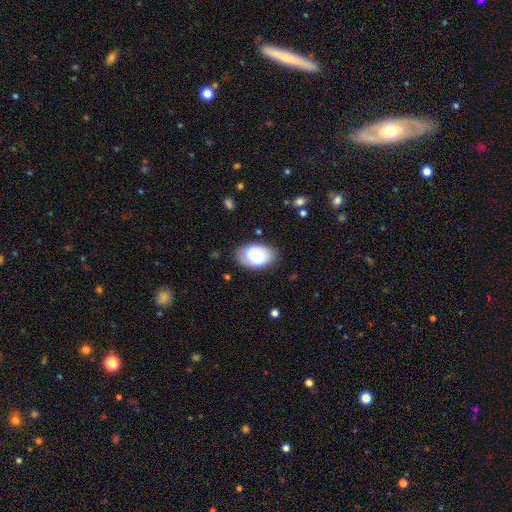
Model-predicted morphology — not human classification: Q: Smooth or featured?
A: smooth (64%); runner-up: featured or disk (28%)
Q: How rounded?
A: in between (87%); runner-up: round (12%)
Q: Merging?
A: none (78%); runner-up: minor disturbance (16%)